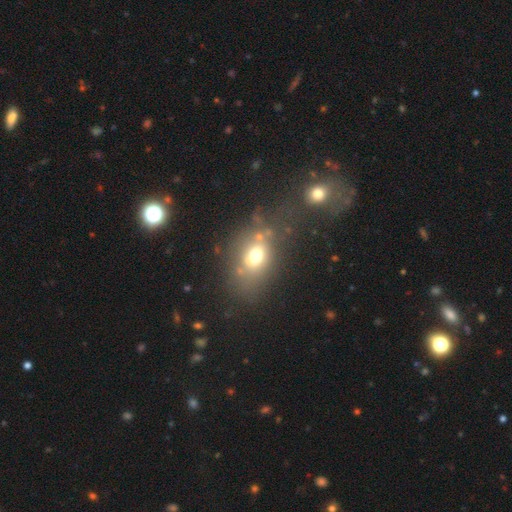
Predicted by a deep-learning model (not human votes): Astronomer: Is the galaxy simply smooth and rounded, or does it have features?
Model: smooth — 62%.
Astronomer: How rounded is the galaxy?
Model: in between — 59% (runner-up: round, 39%).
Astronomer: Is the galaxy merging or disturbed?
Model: none — 53%.